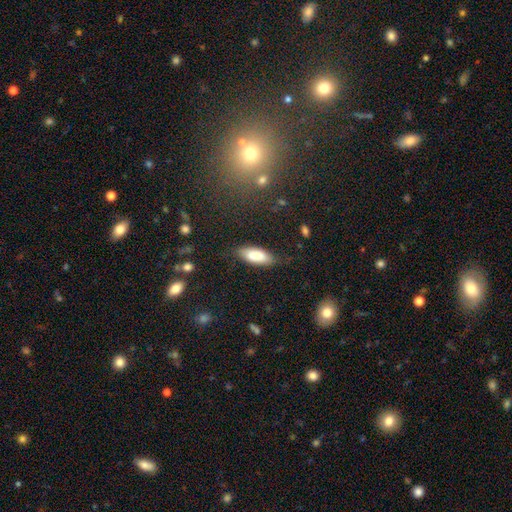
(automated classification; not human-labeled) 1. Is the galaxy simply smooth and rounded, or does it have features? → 84% smooth, 10% featured or disk, 6% star or artifact.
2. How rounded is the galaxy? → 76% in between, 22% cigar-shaped, 2% round.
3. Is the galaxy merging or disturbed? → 76% none, 18% minor disturbance, 4% major disturbance, 2% merger.